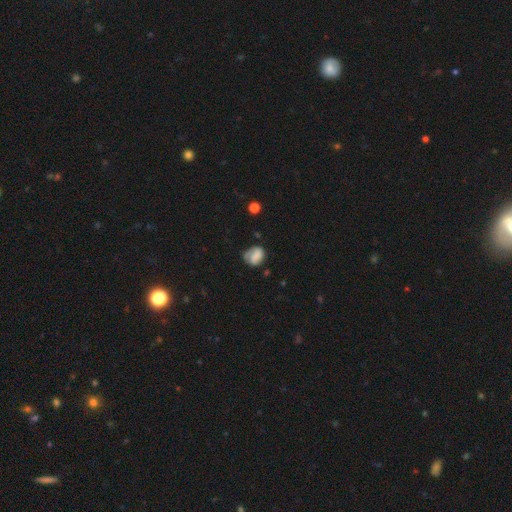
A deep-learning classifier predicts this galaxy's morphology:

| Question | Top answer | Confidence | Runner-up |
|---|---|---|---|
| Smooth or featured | smooth | 65% | featured or disk (24%) |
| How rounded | in between | 55% | round (44%) |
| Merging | none | 43% | minor disturbance (33%) |